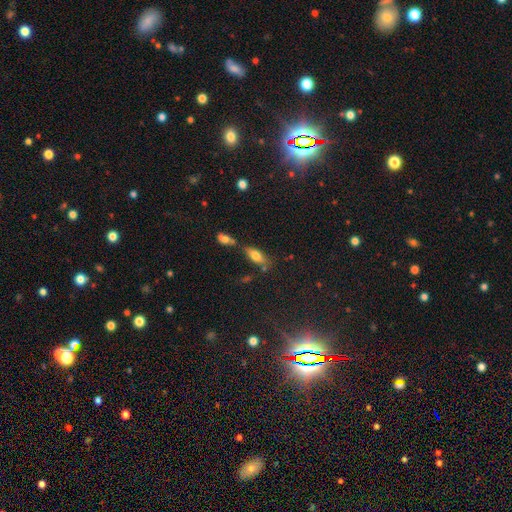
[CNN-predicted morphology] Smooth or featured? Predicted: smooth (p=0.71). How rounded? Predicted: in between (p=0.77). Merging? Predicted: none (p=0.57).